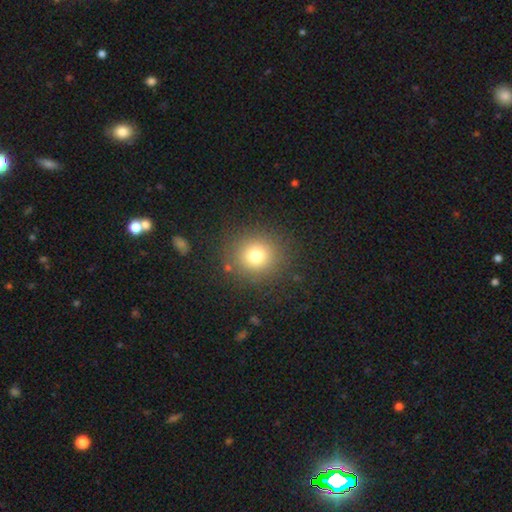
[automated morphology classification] A smooth galaxy with no disk features (76%) that is round (89%).

Vote fractions:
- Smooth or featured? smooth: 76% / star or artifact: 15% / featured or disk: 10%
- How rounded? round: 89% / in between: 10% / cigar-shaped: 1%
- Merging? none: 87% / minor disturbance: 8% / major disturbance: 4% / merger: 2%